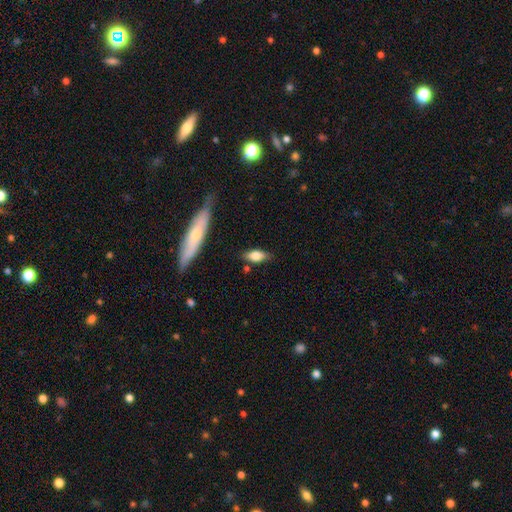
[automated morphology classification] A smooth galaxy with no disk features (73%) that is in between round and cigar-shaped (77%).

Vote fractions:
- Smooth or featured? smooth: 73% / featured or disk: 20% / star or artifact: 7%
- How rounded? in between: 77% / cigar-shaped: 19% / round: 4%
- Merging? none: 76% / minor disturbance: 16% / merger: 4% / major disturbance: 4%